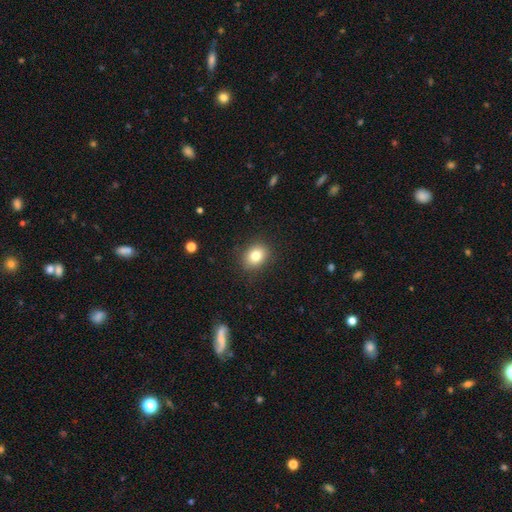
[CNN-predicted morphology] smooth-or-featured: smooth: 81% | star or artifact: 10% | featured or disk: 9%
  how-rounded: in between: 54% | round: 45% | cigar-shaped: 1%
  merging: none: 87% | minor disturbance: 9% | major disturbance: 3% | merger: 1%